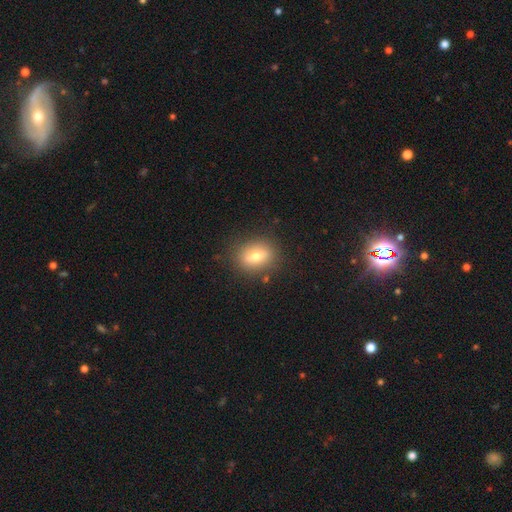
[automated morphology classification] smooth 64%, featured or disk 26%, star or artifact 10%. Down the decision tree: how rounded — in between (53%); merging — none (85%).